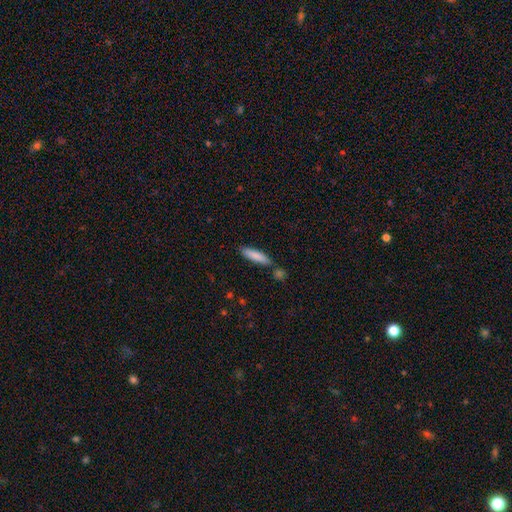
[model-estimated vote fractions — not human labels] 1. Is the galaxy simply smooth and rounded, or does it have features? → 83% smooth, 11% featured or disk, 6% star or artifact.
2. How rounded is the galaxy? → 77% cigar-shaped, 21% in between, 1% round.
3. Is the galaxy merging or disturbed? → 77% none, 12% minor disturbance, 8% merger, 3% major disturbance.